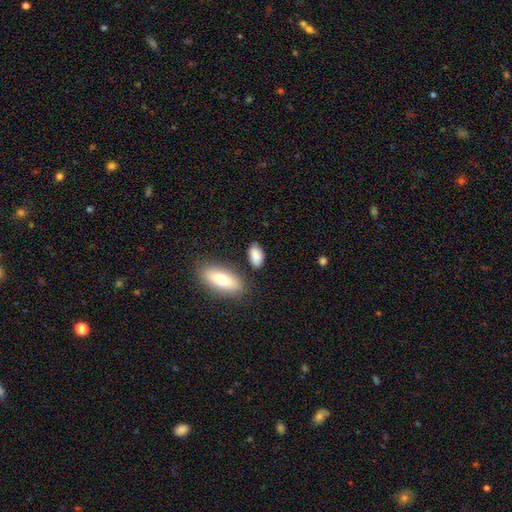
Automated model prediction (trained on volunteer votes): Q: Smooth or featured?
A: smooth (86%); runner-up: featured or disk (7%)
Q: How rounded?
A: in between (90%); runner-up: cigar-shaped (5%)
Q: Merging?
A: none (73%); runner-up: minor disturbance (17%)